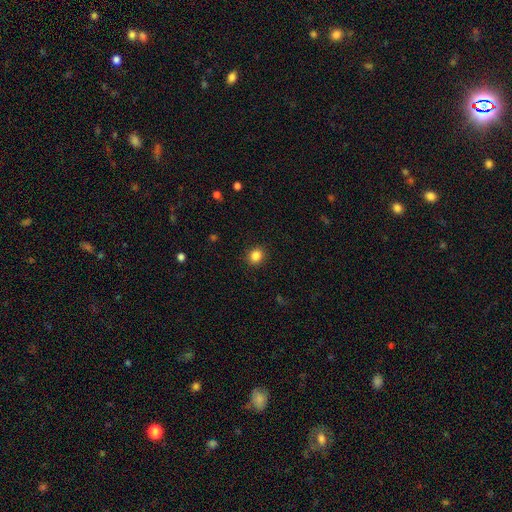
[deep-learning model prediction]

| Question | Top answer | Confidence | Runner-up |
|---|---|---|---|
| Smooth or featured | smooth | 85% | star or artifact (11%) |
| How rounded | round | 74% | in between (25%) |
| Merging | none | 90% | minor disturbance (7%) |